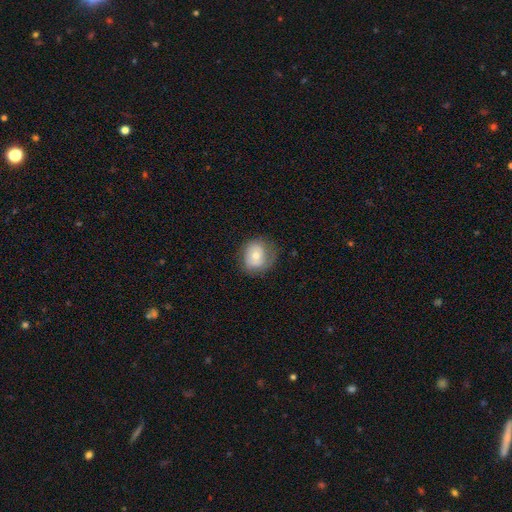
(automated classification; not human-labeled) Morphology: type=smooth (61%); roundness=round (69%); merging=none (67%).